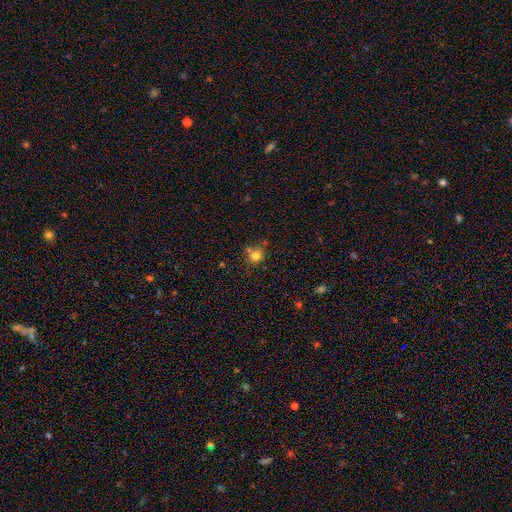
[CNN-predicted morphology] type=smooth (76%); roundness=round (82%); merging=none (59%).